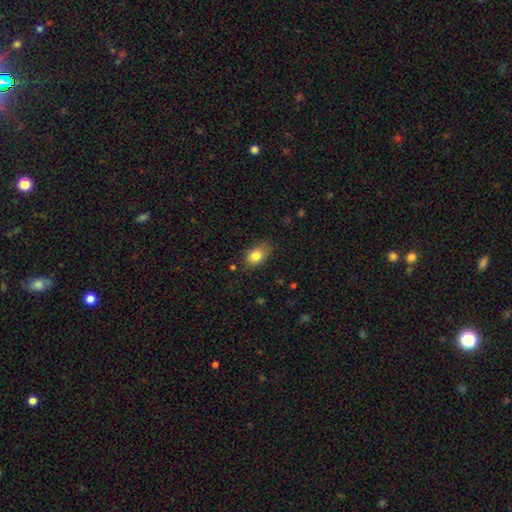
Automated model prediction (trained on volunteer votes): smooth_or_featured: smooth (p=0.82) [alt: star or artifact p=0.09]
how_rounded: in between (p=0.75) [alt: round p=0.23]
merging: none (p=0.77) [alt: minor disturbance p=0.18]